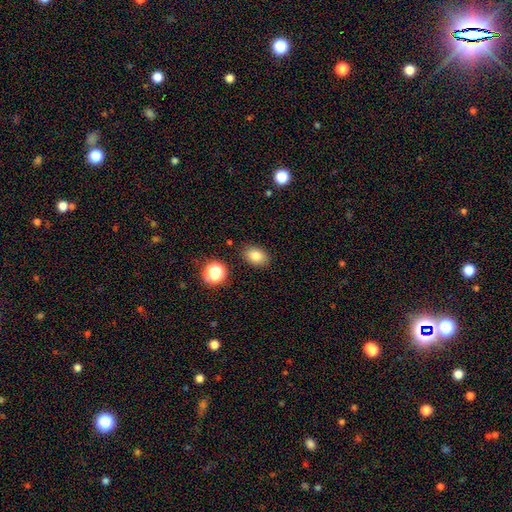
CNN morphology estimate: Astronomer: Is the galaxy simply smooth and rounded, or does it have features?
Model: smooth — 81%.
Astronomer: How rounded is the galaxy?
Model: in between — 75%.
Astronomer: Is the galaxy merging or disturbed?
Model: none — 85%.